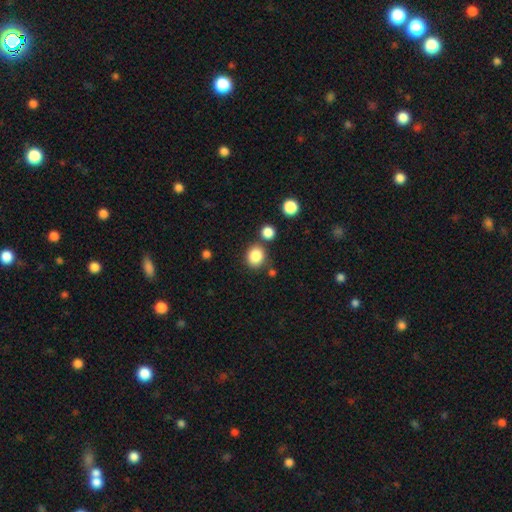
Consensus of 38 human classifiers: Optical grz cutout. It shows a smooth galaxy with no disk features (89%) that is round (59%). Merging: none (77%).